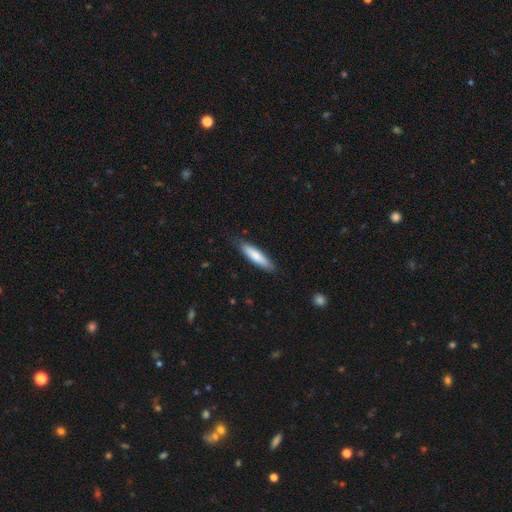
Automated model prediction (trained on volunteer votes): A smooth galaxy with no disk features (78%) that is cigar-shaped (77%). Merging: none (83%).